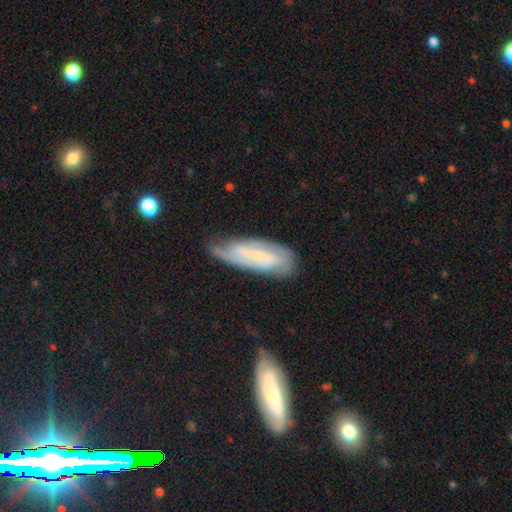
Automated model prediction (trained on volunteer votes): Morphology: type=featured or disk (69%); edge-on=no (85%); bar=weak (41%); spiral arms=yes (88%); winding=tight (41%); arm count=2 (59%); bulge=small (70%); merging=none (59%).